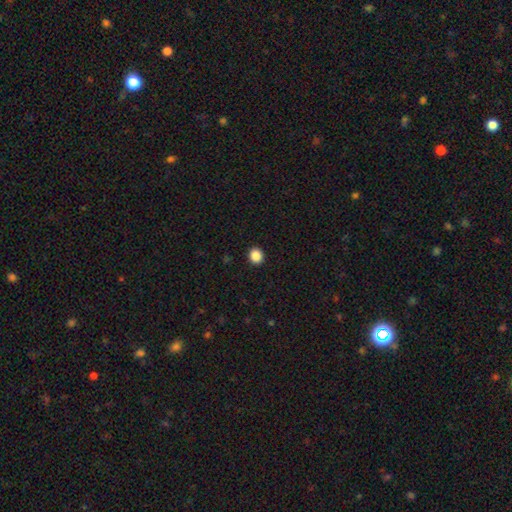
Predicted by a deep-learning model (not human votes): smooth-or-featured: smooth: 87% | star or artifact: 10% | featured or disk: 3%
  how-rounded: round: 82% | in between: 17% | cigar-shaped: 1%
  merging: none: 93% | minor disturbance: 5% | major disturbance: 2% | merger: 1%